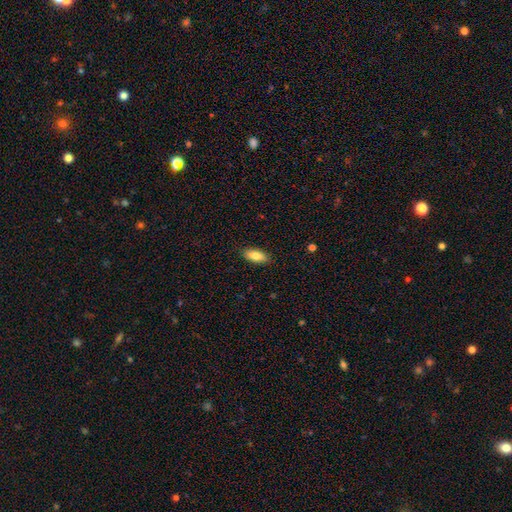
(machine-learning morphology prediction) Smooth or featured: smooth — 80% (featured or disk — 13%)
How rounded: in between — 84% (cigar-shaped — 14%)
Merging: none — 88% (minor disturbance — 9%)